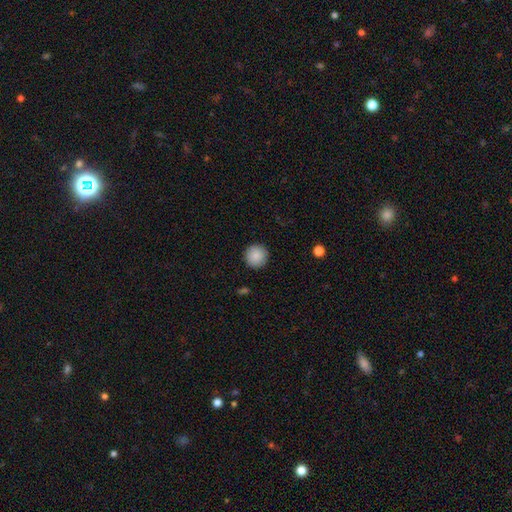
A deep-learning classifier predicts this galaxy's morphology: Smooth or featured? smooth (89%)
How rounded? round (95%)
Merging? none (92%)